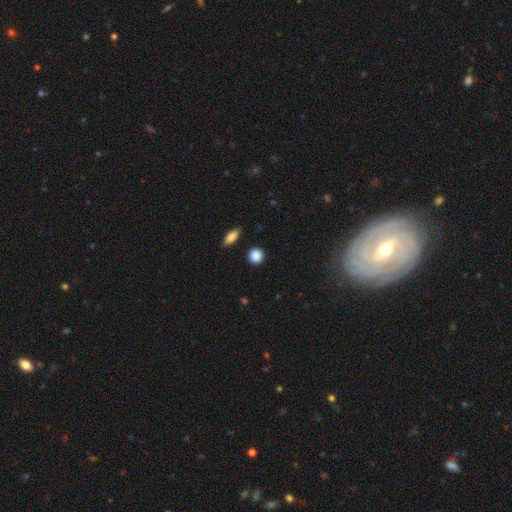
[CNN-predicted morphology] The model was most divided on "smooth or featured": smooth: 86%, star or artifact: 10%, featured or disk: 5%. More confident: merging — none (90%); how rounded — round (90%).